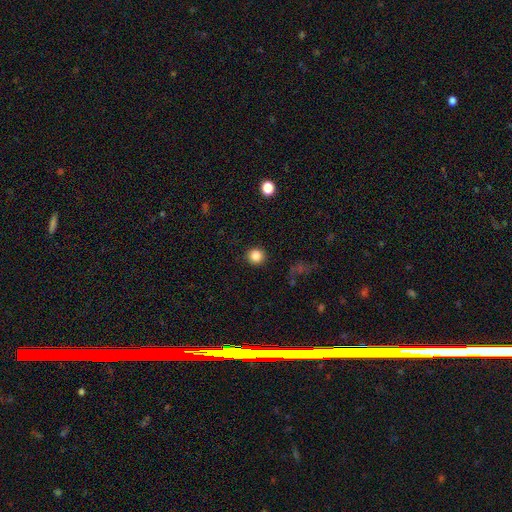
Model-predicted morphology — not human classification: Overall: smooth (85%). How rounded: round (92%). Merging: none (91%).